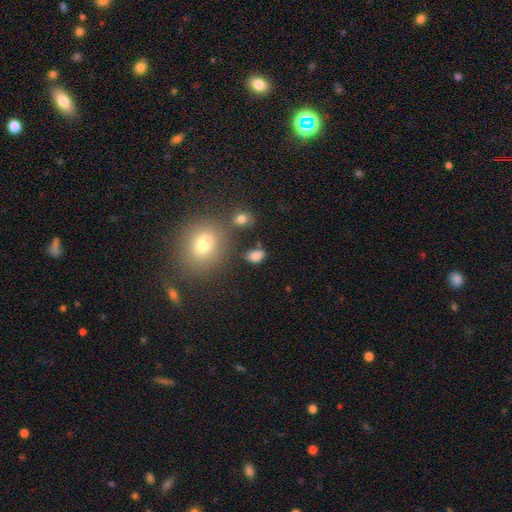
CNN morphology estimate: Smooth or featured: smooth — 82% (star or artifact — 12%)
How rounded: in between — 76% (round — 23%)
Merging: none — 70% (minor disturbance — 16%)